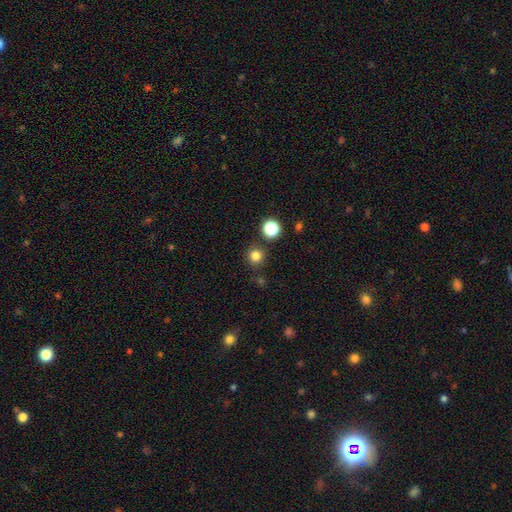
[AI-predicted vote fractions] A smooth galaxy with no disk features (79%) that is round (93%).

Vote fractions:
- Smooth or featured? smooth: 79% / star or artifact: 16% / featured or disk: 5%
- How rounded? round: 93% / in between: 6% / cigar-shaped: 1%
- Merging? none: 85% / minor disturbance: 7% / merger: 5% / major disturbance: 3%